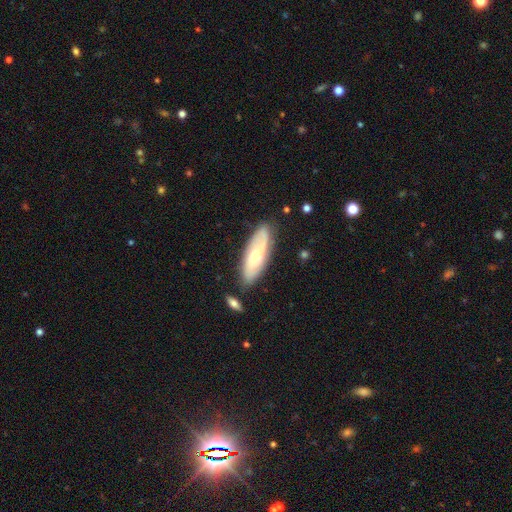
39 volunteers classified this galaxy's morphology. smooth-or-featured: featured or disk: 51% | smooth: 44% | star or artifact: 5%
  disk-edge-on: no: 85% | yes: 15%
    bar: no: 53% | weak: 47% | strong: 0%
    has-spiral-arms: yes: 82% | no: 18%
      spiral-winding: medium: 57% | tight: 21% | loose: 21%
      spiral-arm-count: 2: 64% | can't tell: 36% | 1: 0% | 3: 0% | 4: 0% | more than 4: 0%
    bulge-size: small: 59% | moderate: 41% | dominant: 0% | large: 0% | none: 0%
  merging: none: 78% | minor disturbance: 19% | major disturbance: 3% | merger: 0%